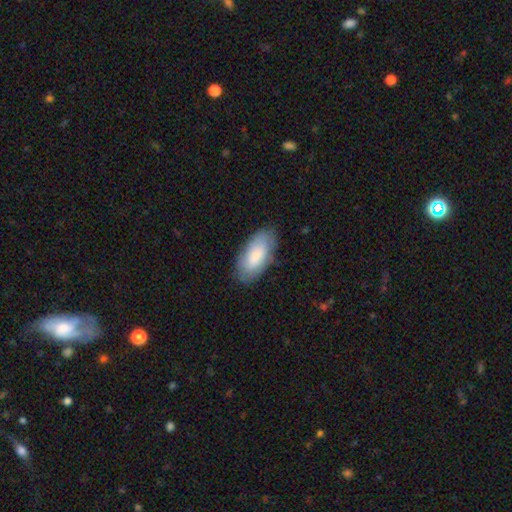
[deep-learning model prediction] This appears to be a smooth galaxy with no disk features (82%) that is in between round and cigar-shaped (91%). Merging: none (79%).